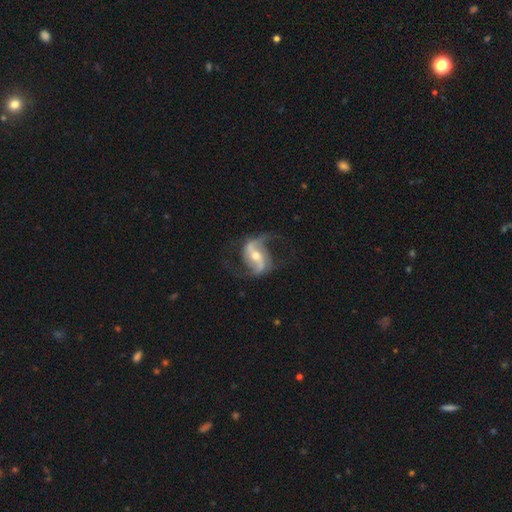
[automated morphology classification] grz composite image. It shows a featured or disk galaxy (90%) with a strong bar (44%), 2 (92%) loose (57%) spiral arms (97%) and a moderate central bulge (60%). Merging: none (72%).